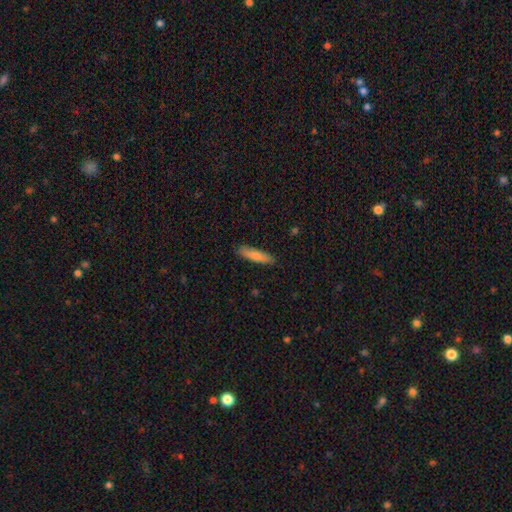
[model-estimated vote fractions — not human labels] This appears to be a smooth galaxy with no disk features (72%) that is cigar-shaped (80%). Merging: none (89%).